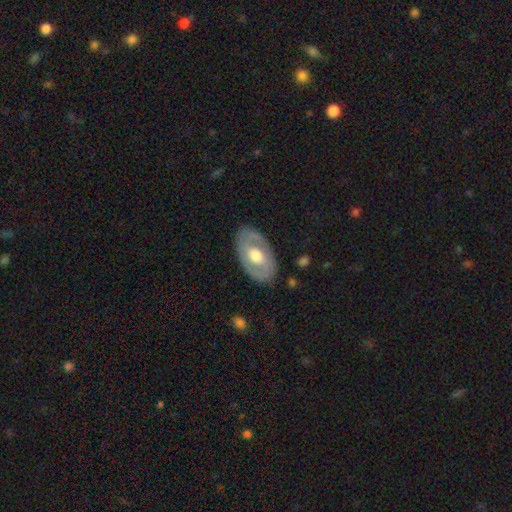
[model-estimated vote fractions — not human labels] A featured or disk galaxy (59%) with no bar (74%), no spiral arms (75%) and a moderate central bulge (61%).

Vote fractions:
- Smooth or featured? featured or disk: 59% / smooth: 36% / star or artifact: 5%
- Edge-on disk? no: 88% / yes: 12%
- Bar? no: 74% / weak: 20% / strong: 7%
- Spiral arms? no: 75% / yes: 25%
- Bulge size? moderate: 61% / large: 30% / small: 6% / dominant: 2% / none: 1%
- Merging? none: 81% / minor disturbance: 13% / major disturbance: 4% / merger: 1%